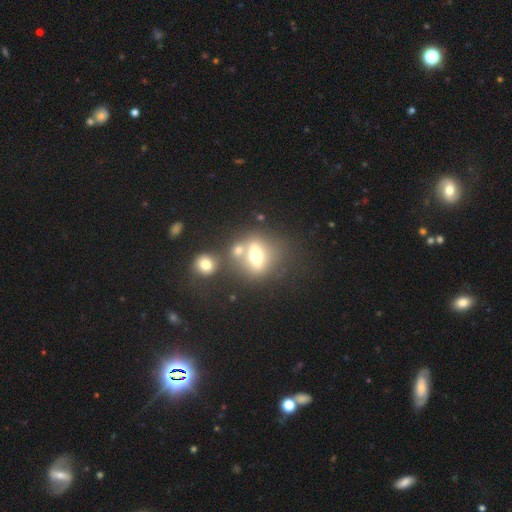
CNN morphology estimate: Smooth or featured? Predicted: featured or disk (p=0.47). Merging? Predicted: none (p=0.55).